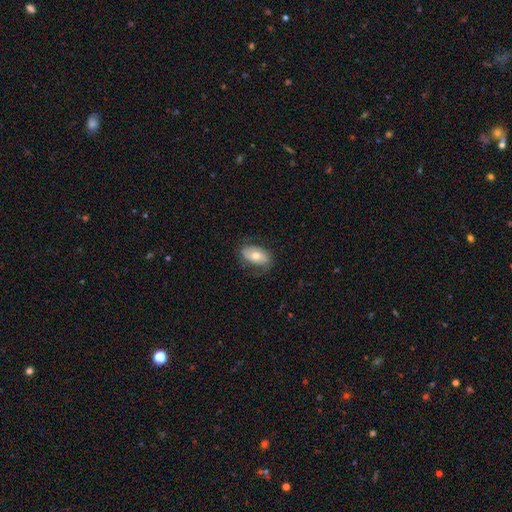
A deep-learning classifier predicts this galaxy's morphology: type=smooth (54%); roundness=in between (91%); merging=none (69%).